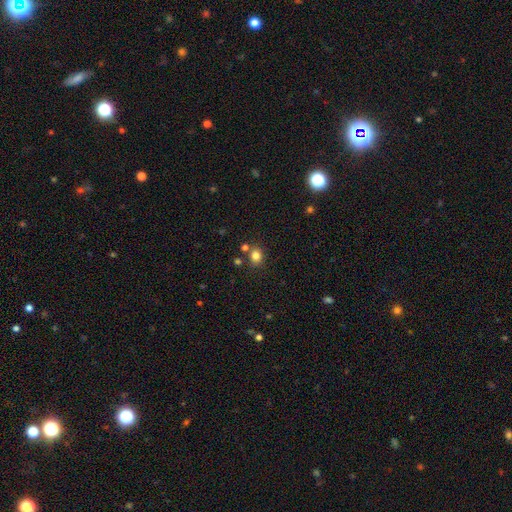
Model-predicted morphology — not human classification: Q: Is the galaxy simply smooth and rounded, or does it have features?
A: smooth — 80%.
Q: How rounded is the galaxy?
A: round — 68%.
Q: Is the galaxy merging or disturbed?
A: none — 76%.